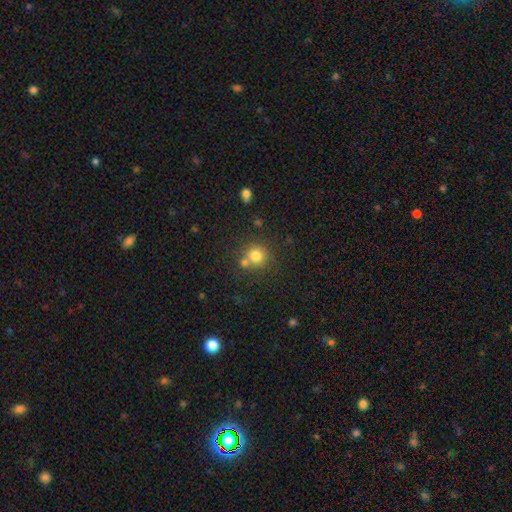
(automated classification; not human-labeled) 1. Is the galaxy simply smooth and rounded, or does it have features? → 77% smooth, 13% star or artifact, 10% featured or disk.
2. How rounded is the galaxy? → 91% round, 8% in between, 1% cigar-shaped.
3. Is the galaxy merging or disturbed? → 64% none, 24% merger, 9% minor disturbance, 3% major disturbance.